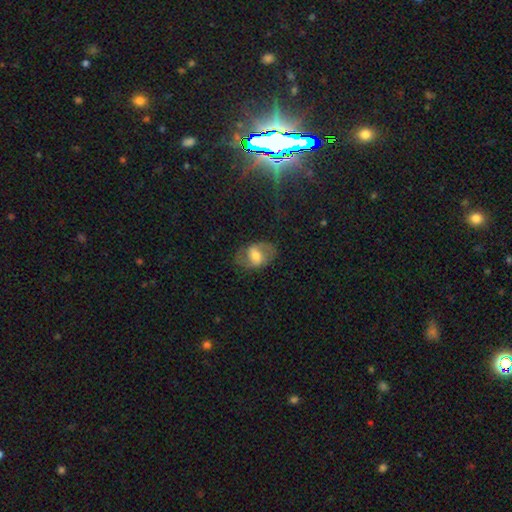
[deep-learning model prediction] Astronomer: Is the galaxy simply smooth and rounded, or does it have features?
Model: featured or disk — 54% (runner-up: smooth, 38%).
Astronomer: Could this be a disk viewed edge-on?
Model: no — 94%.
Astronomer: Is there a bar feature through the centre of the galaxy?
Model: weak — 45% (runner-up: strong, 34%).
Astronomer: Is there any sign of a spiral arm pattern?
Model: yes — 67%.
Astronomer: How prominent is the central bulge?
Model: moderate — 59%.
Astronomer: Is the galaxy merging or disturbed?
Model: none — 71%.